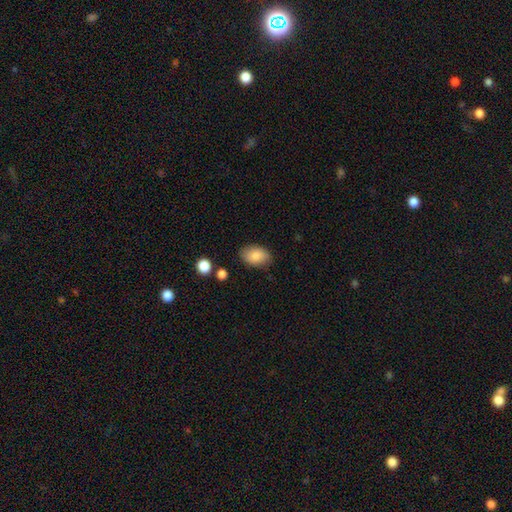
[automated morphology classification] A smooth galaxy with no disk features (86%) that is in between round and cigar-shaped (84%). Merging: none (81%).